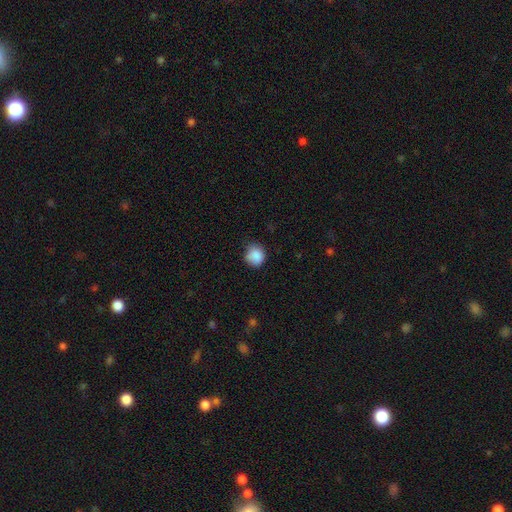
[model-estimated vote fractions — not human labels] smooth_or_featured: smooth (p=0.87) [alt: star or artifact p=0.09]
how_rounded: round (p=0.80) [alt: in between p=0.19]
merging: none (p=0.68) [alt: minor disturbance p=0.26]